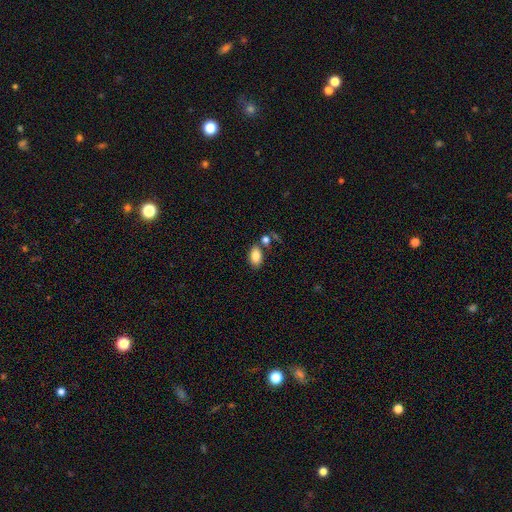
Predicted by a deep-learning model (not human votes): This is clearly a smooth galaxy (84%). How rounded: clearly in between (90%). Merging: likely none (70%).